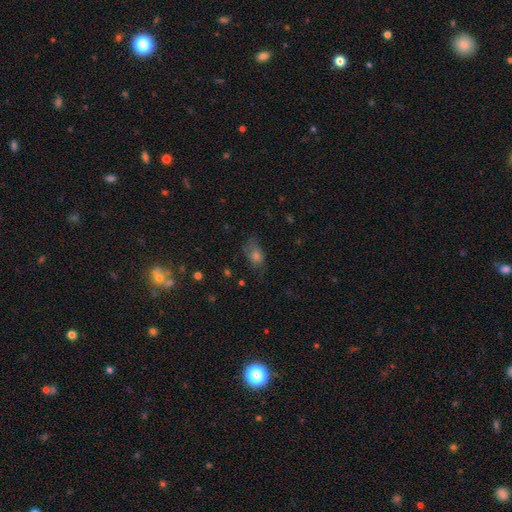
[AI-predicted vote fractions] This is possibly a smooth galaxy (55%). How rounded: likely in between (77%). Merging: possibly none (57%).